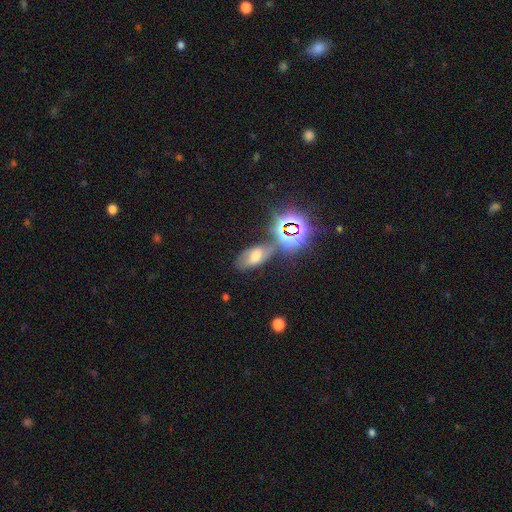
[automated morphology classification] Smooth or featured? smooth (42%)
Merging? none (61%)